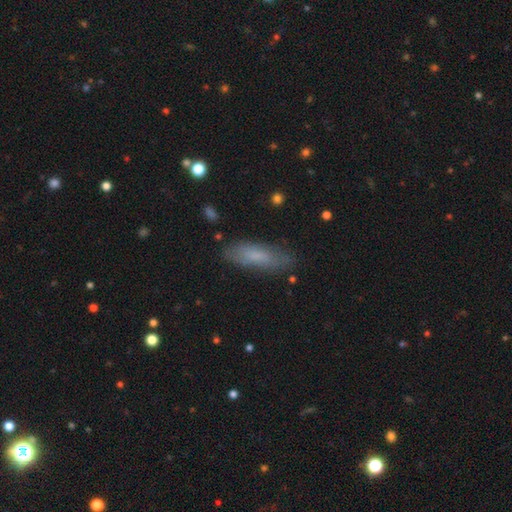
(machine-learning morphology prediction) A smooth galaxy with no disk features (69%) that is in between round and cigar-shaped (50%).

Vote fractions:
- Smooth or featured? smooth: 69% / featured or disk: 23% / star or artifact: 8%
- How rounded? in between: 50% / cigar-shaped: 49% / round: 2%
- Merging? none: 79% / minor disturbance: 15% / major disturbance: 4% / merger: 2%